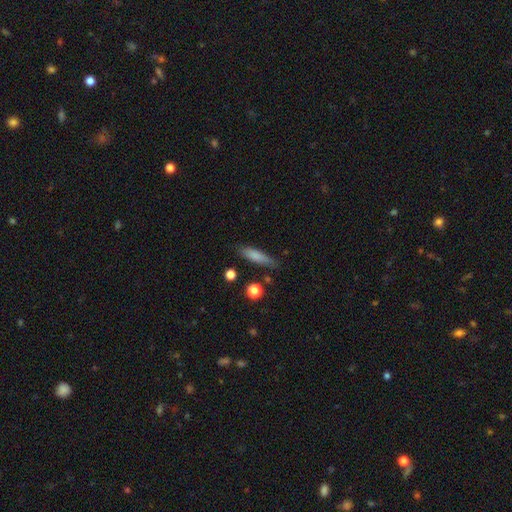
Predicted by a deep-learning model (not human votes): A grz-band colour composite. It shows a smooth galaxy with no disk features (79%) that is cigar-shaped (73%). Merging: none (78%).